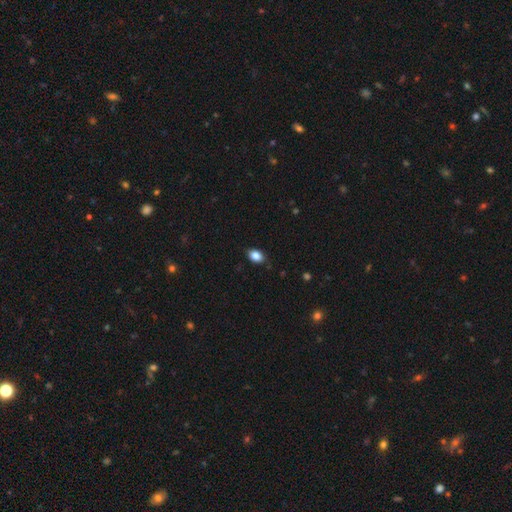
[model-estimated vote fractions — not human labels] This is clearly a smooth galaxy (86%). How rounded: likely in between (79%). Merging: clearly none (84%).